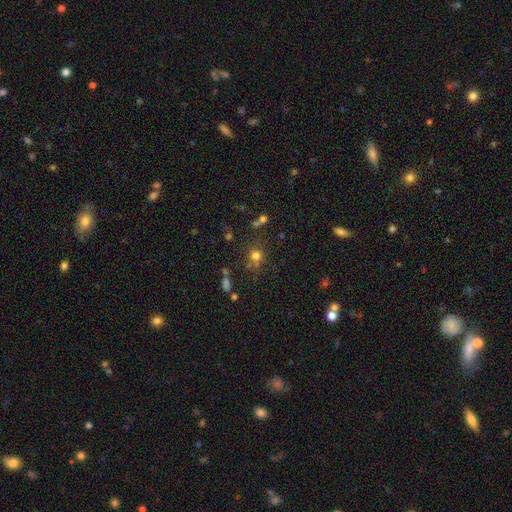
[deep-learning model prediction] This appears to be a smooth galaxy with no disk features (70%) that is round (88%). Merging: none (72%).